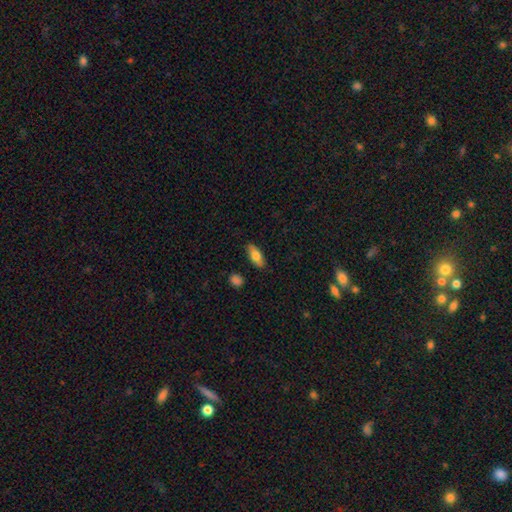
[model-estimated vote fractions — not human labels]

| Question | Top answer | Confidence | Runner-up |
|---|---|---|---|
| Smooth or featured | smooth | 76% | featured or disk (18%) |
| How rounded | in between | 78% | cigar-shaped (19%) |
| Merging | none | 83% | minor disturbance (13%) |